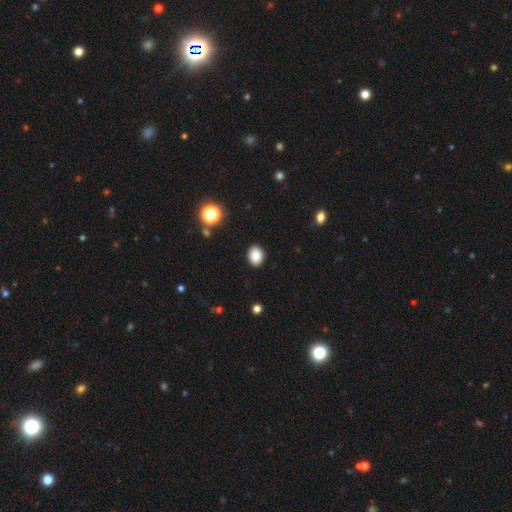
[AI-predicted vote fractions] Smooth or featured? Predicted: smooth (p=0.86). How rounded? Predicted: in between (p=0.54). Merging? Predicted: none (p=0.90).